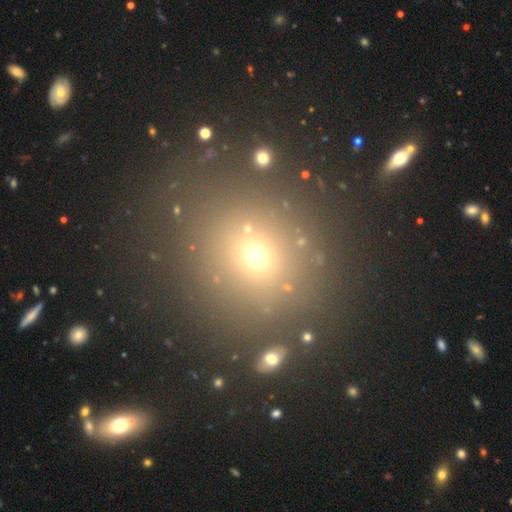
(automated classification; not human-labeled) This appears to be a smooth galaxy with no disk features (60%) that is round (81%). Merging: none (80%).